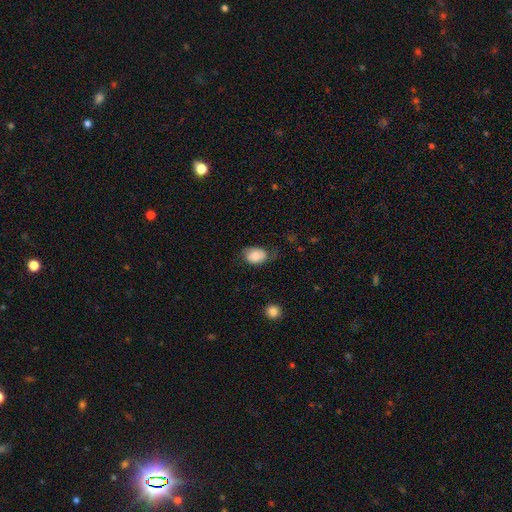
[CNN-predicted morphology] Smooth or featured: smooth — 74% (featured or disk — 19%)
How rounded: in between — 78% (round — 21%)
Merging: none — 54% (minor disturbance — 30%)